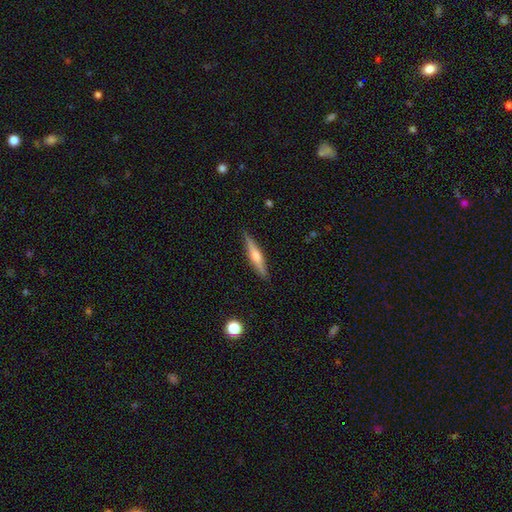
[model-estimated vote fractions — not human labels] smooth-or-featured: featured or disk: 59% | smooth: 35% | star or artifact: 6%
  disk-edge-on: yes: 96% | no: 4%
    edge-on-bulge: rounded: 81% | boxy: 11% | none: 8%
  merging: none: 89% | minor disturbance: 8% | major disturbance: 2% | merger: 1%